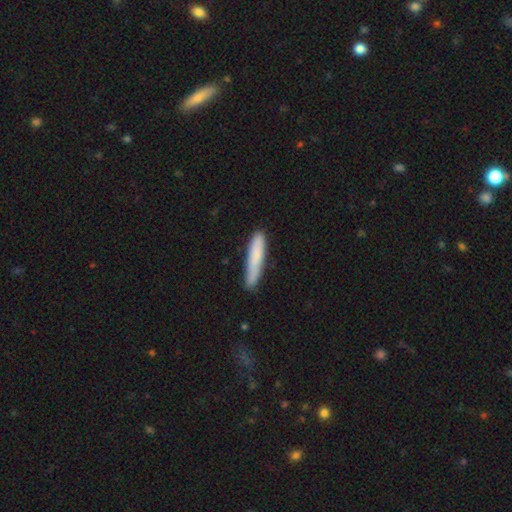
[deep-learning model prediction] smooth-or-featured: smooth: 81% | featured or disk: 14% | star or artifact: 6%
  how-rounded: cigar-shaped: 90% | in between: 9% | round: 1%
  merging: none: 79% | minor disturbance: 17% | major disturbance: 3% | merger: 2%